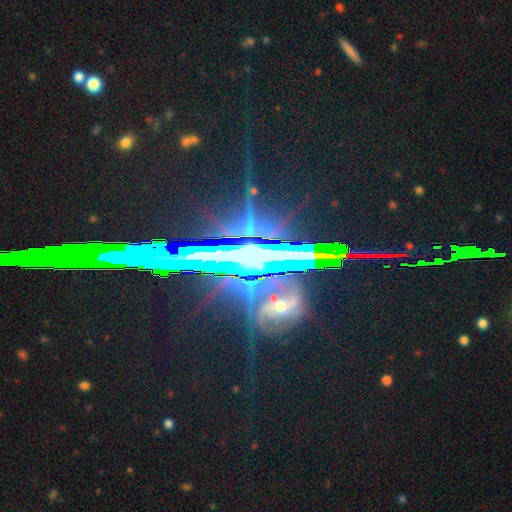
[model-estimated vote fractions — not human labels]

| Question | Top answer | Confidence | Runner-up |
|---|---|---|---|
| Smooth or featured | star or artifact | 58% | featured or disk (28%) |